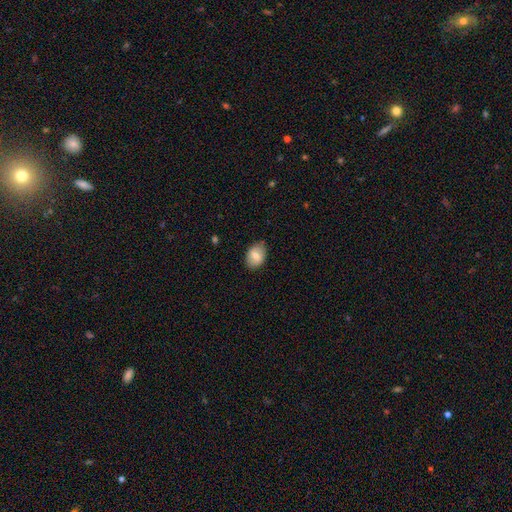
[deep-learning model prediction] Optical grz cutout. It shows a smooth galaxy with no disk features (71%) that is in between round and cigar-shaped (78%). Merging: none (85%).